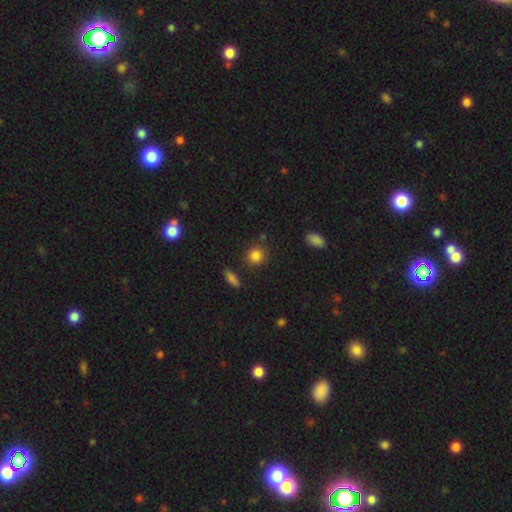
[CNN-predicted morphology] A smooth galaxy with no disk features (85%) that is round (84%).

Vote fractions:
- Smooth or featured? smooth: 85% / star or artifact: 10% / featured or disk: 5%
- How rounded? round: 84% / in between: 14% / cigar-shaped: 2%
- Merging? none: 84% / minor disturbance: 9% / merger: 4% / major disturbance: 3%